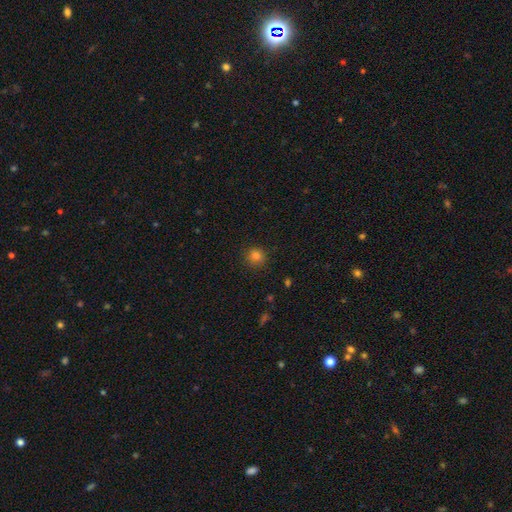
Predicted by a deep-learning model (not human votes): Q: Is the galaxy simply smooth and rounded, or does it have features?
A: smooth — 80%.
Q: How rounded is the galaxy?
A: round — 85%.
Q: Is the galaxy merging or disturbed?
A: none — 87%.